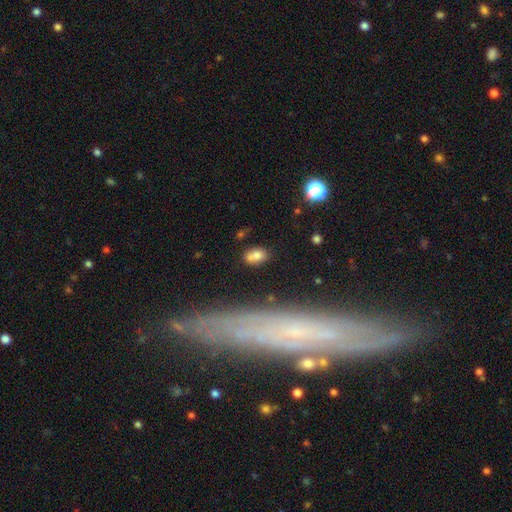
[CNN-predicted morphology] This appears to be a smooth galaxy with no disk features (74%) that is in between round and cigar-shaped (79%). Merging: none (56%).